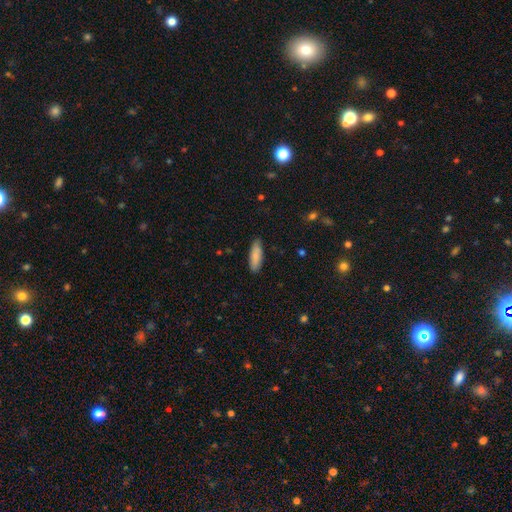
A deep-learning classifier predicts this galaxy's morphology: Smooth or featured: smooth — 86% (featured or disk — 9%)
How rounded: in between — 55% (cigar-shaped — 44%)
Merging: none — 88% (minor disturbance — 10%)